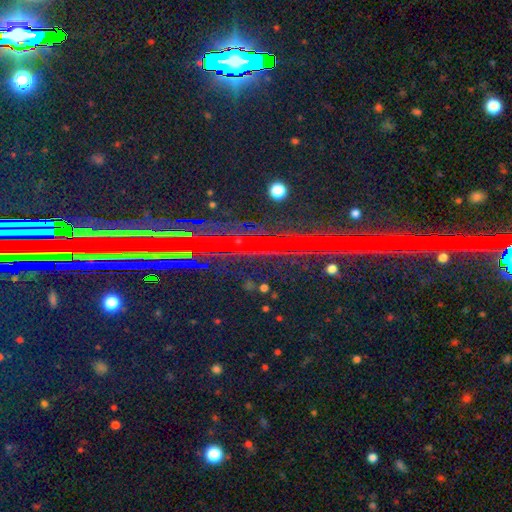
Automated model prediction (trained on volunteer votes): star or artifact 87%, featured or disk 8%, smooth 5%.